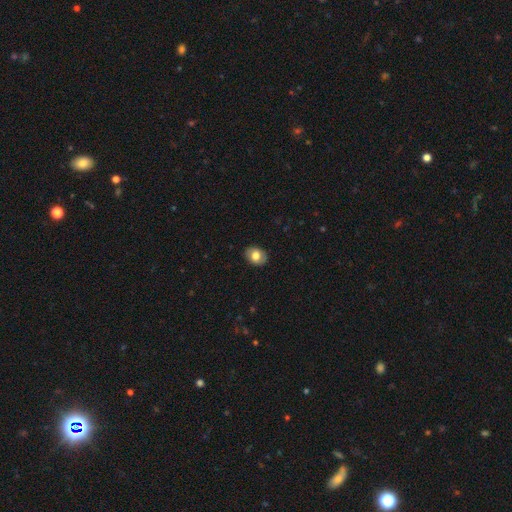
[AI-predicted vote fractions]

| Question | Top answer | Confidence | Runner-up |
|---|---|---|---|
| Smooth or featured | smooth | 74% | featured or disk (18%) |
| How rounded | in between | 67% | round (32%) |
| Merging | none | 87% | minor disturbance (10%) |